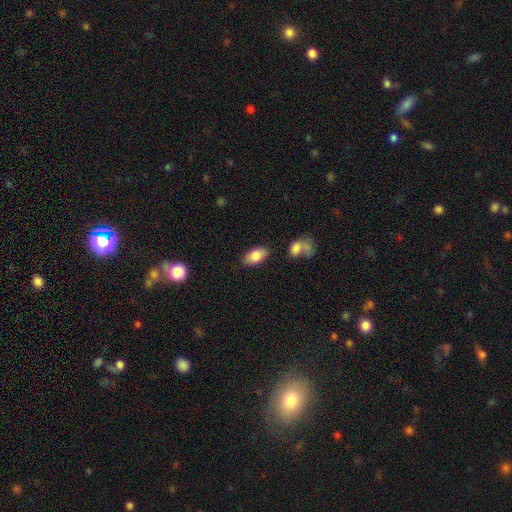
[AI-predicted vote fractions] A smooth galaxy with no disk features (83%) that is in between round and cigar-shaped (92%).

Vote fractions:
- Smooth or featured? smooth: 83% / featured or disk: 10% / star or artifact: 7%
- How rounded? in between: 92% / round: 6% / cigar-shaped: 2%
- Merging? none: 81% / minor disturbance: 11% / merger: 4% / major disturbance: 3%